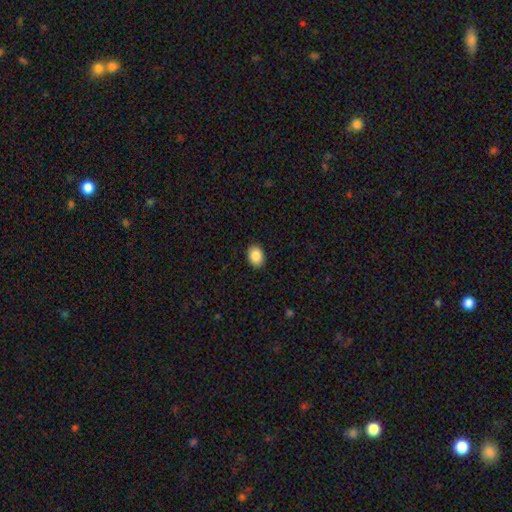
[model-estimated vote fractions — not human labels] The model was most divided on "how rounded": in between: 71%, round: 28%, cigar-shaped: 1%. More confident: merging — none (90%); smooth or featured — smooth (88%).